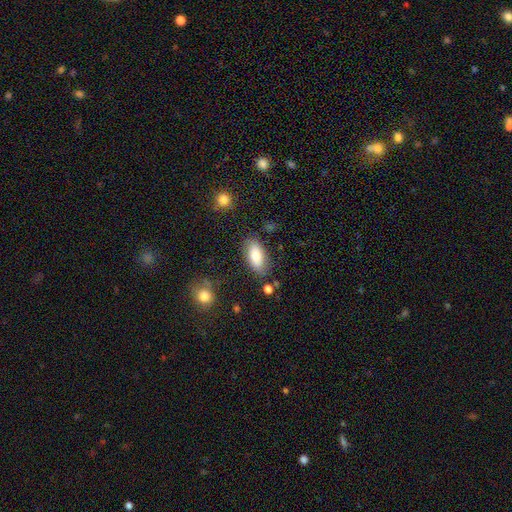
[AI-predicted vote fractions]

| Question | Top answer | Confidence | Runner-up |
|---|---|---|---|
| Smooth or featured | smooth | 83% | featured or disk (10%) |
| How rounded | in between | 89% | cigar-shaped (8%) |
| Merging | none | 79% | minor disturbance (14%) |